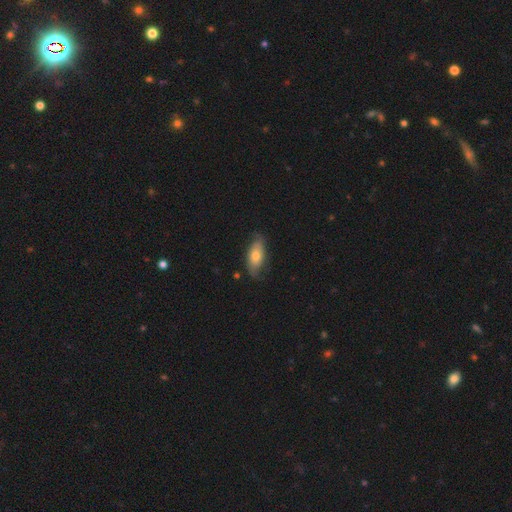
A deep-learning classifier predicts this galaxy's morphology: smooth_or_featured: smooth (p=0.57) [alt: featured or disk p=0.36]
how_rounded: in between (p=0.82) [alt: cigar-shaped p=0.14]
merging: none (p=0.71) [alt: minor disturbance p=0.22]